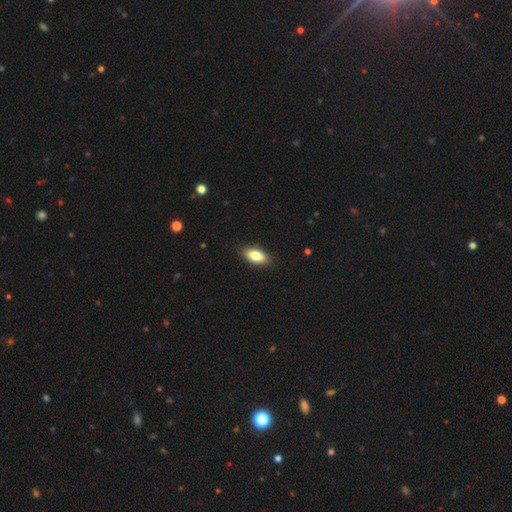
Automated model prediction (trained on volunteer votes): Smooth or featured? Predicted: smooth (p=0.84). How rounded? Predicted: in between (p=0.88). Merging? Predicted: none (p=0.89).